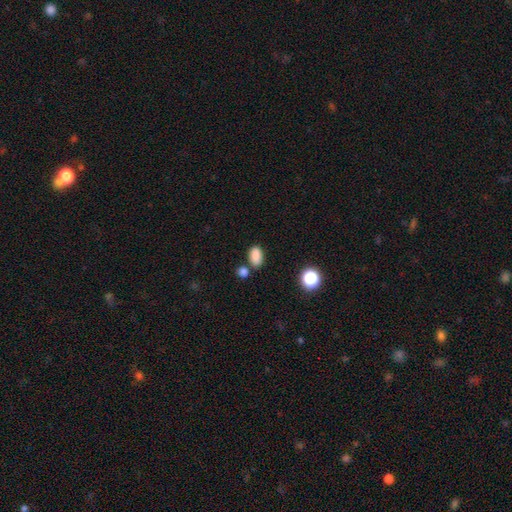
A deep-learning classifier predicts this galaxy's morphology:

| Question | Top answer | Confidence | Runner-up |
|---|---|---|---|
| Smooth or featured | smooth | 85% | star or artifact (10%) |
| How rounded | in between | 88% | round (10%) |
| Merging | none | 70% | merger (14%) |